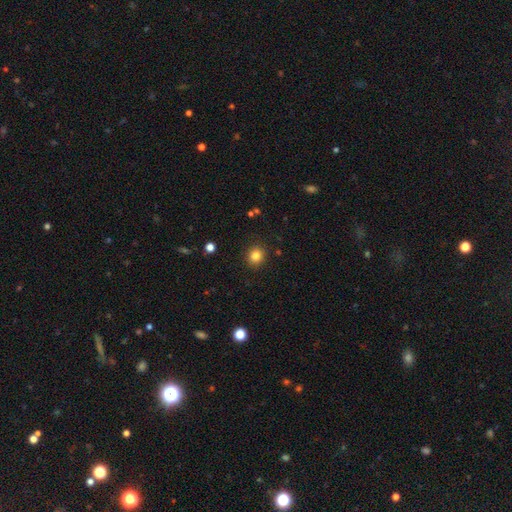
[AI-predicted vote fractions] Overall: smooth (83%). How rounded: round (82%). Merging: none (90%).